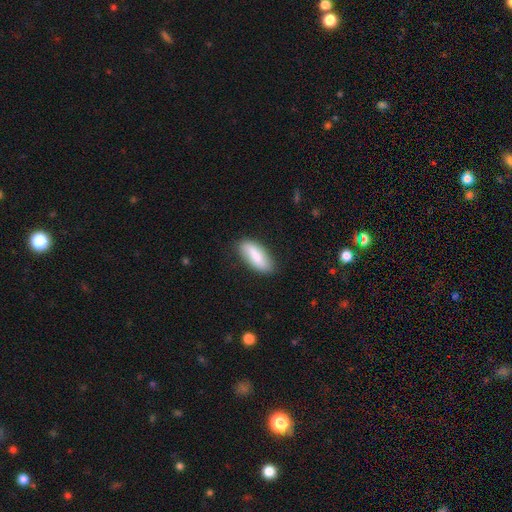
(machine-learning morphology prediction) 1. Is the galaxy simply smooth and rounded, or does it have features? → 77% smooth, 17% featured or disk, 6% star or artifact.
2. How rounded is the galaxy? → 74% in between, 24% cigar-shaped, 2% round.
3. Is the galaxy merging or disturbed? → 80% none, 15% minor disturbance, 3% major disturbance, 1% merger.